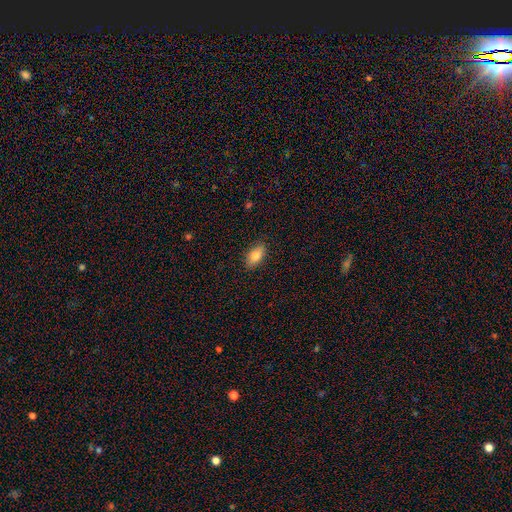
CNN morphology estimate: type=smooth (81%); roundness=in between (89%); merging=none (87%).